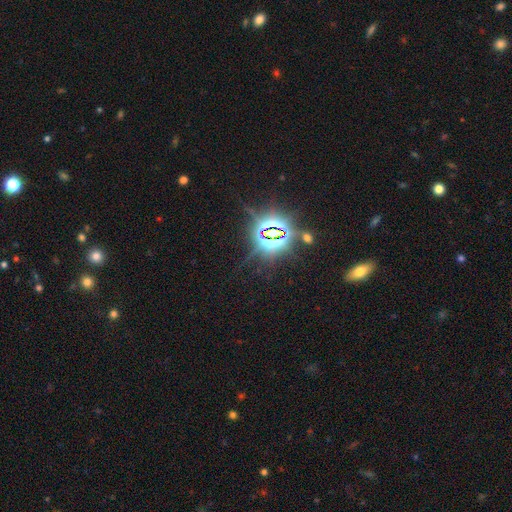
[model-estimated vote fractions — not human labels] A star or artifact, not a galaxy (81%).